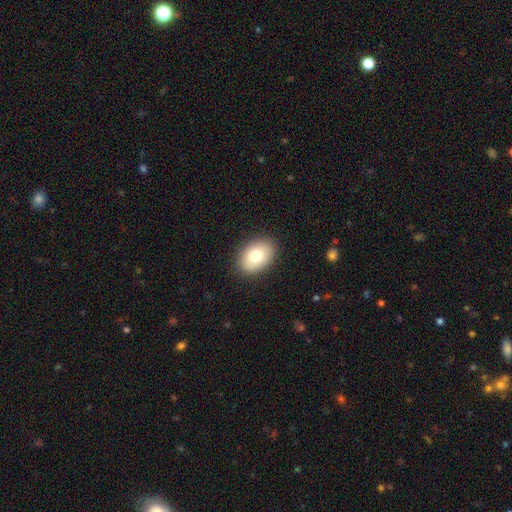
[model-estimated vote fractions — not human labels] Smooth or featured?
  - smooth: 76% *
  - featured or disk: 16%
  - star or artifact: 8%
How rounded?
  - in between: 82% *
  - round: 17%
  - cigar-shaped: 1%
Merging?
  - none: 87% *
  - minor disturbance: 9%
  - major disturbance: 2%
  - merger: 1%